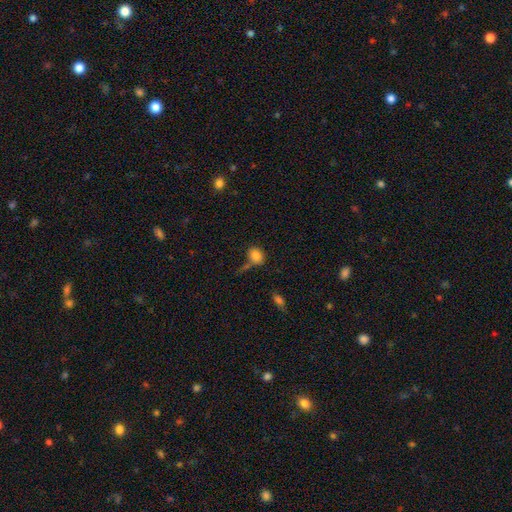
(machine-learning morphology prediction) Smooth or featured? smooth (83%)
How rounded? round (51%)
Merging? none (57%)